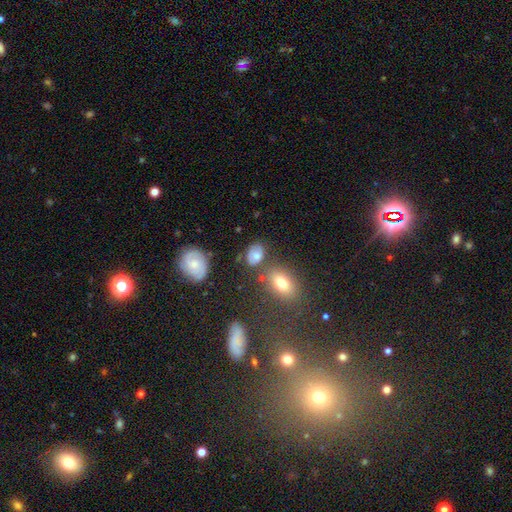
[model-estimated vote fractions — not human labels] smooth_or_featured: smooth (p=0.64) [alt: featured or disk p=0.23]
how_rounded: in between (p=0.78) [alt: round p=0.21]
merging: none (p=0.62) [alt: minor disturbance p=0.21]